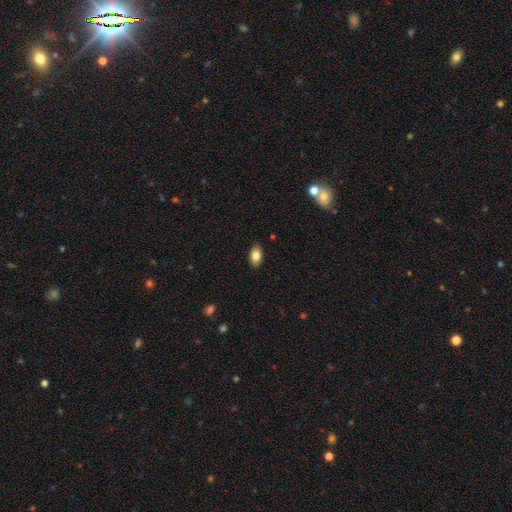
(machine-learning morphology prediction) A smooth galaxy with no disk features (83%) that is in between round and cigar-shaped (92%).

Vote fractions:
- Smooth or featured? smooth: 83% / featured or disk: 10% / star or artifact: 7%
- How rounded? in between: 92% / round: 6% / cigar-shaped: 2%
- Merging? none: 89% / minor disturbance: 8% / major disturbance: 2% / merger: 1%